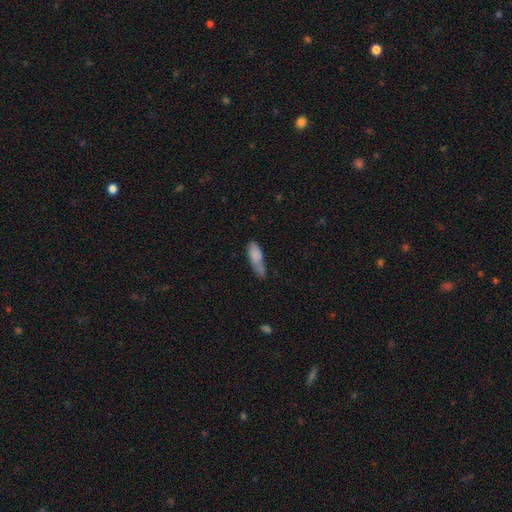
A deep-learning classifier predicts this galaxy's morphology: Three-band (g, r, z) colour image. It shows a smooth galaxy with no disk features (80%) that is in between round and cigar-shaped (52%). Merging: minor disturbance (40%).